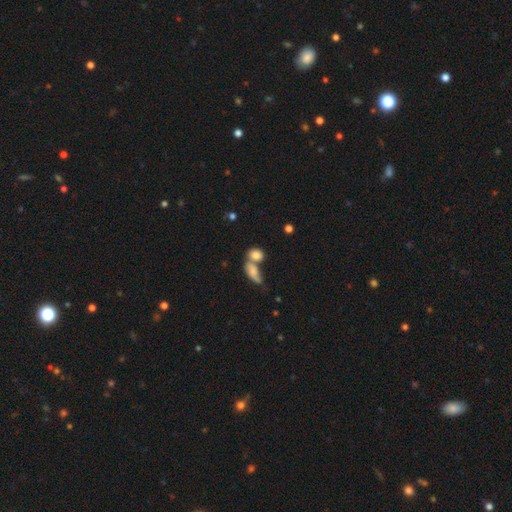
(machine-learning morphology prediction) This appears to be a smooth galaxy with no disk features (79%) that is in between round and cigar-shaped (63%). Merging: merger (53%).